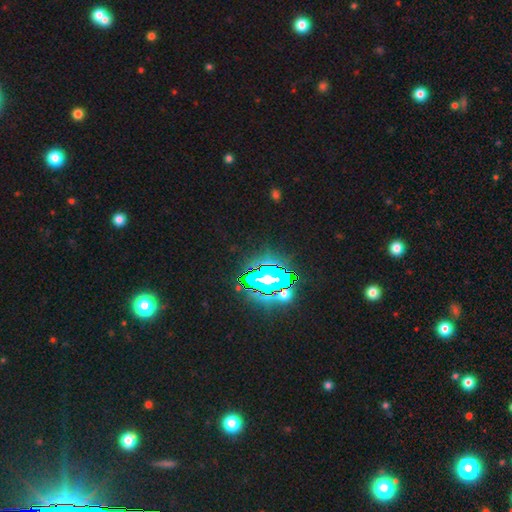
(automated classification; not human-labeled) Smooth or featured: star or artifact — 83% (smooth — 10%)